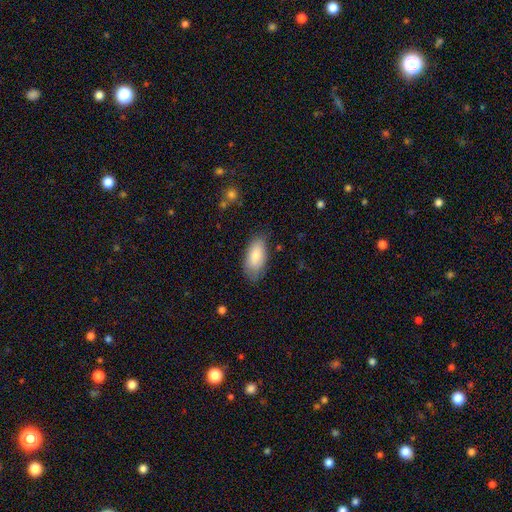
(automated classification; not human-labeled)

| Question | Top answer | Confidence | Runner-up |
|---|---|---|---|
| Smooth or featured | smooth | 81% | featured or disk (13%) |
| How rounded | in between | 91% | cigar-shaped (7%) |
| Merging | none | 76% | minor disturbance (19%) |